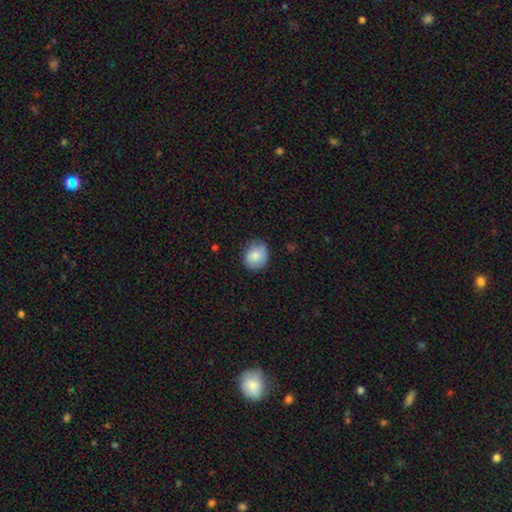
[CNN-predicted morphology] Q: Smooth or featured?
A: smooth (84%); runner-up: featured or disk (8%)
Q: How rounded?
A: round (70%); runner-up: in between (30%)
Q: Merging?
A: none (75%); runner-up: minor disturbance (20%)